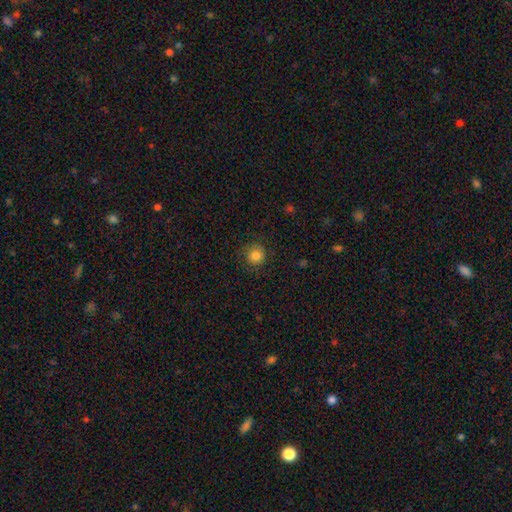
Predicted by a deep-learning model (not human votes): smooth_or_featured: smooth (p=0.84) [alt: star or artifact p=0.11]
how_rounded: round (p=0.92) [alt: in between p=0.07]
merging: none (p=0.86) [alt: minor disturbance p=0.10]